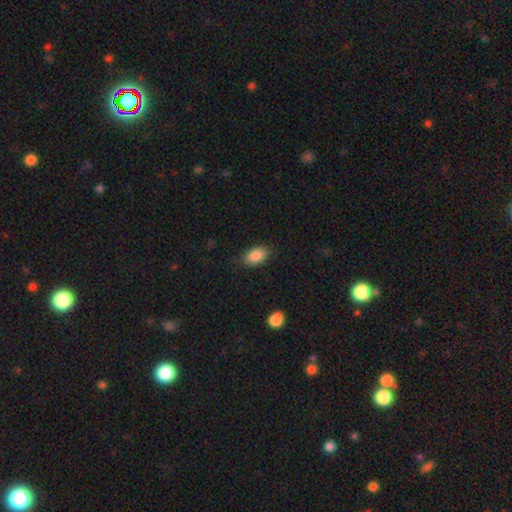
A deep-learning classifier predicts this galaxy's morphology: This is clearly a smooth galaxy (88%). How rounded: clearly in between (89%). Merging: clearly none (82%).